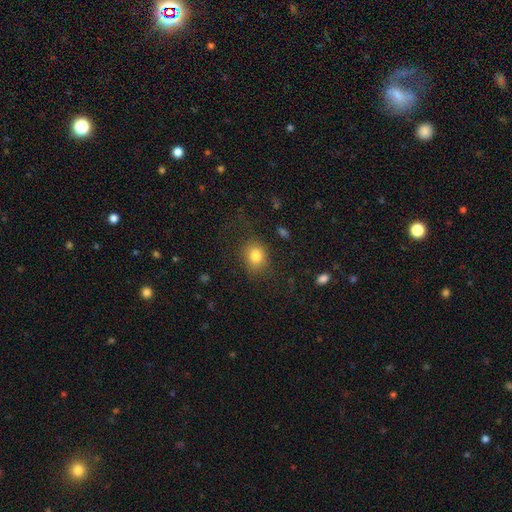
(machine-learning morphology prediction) smooth-or-featured: smooth: 82% | star or artifact: 10% | featured or disk: 8%
  how-rounded: round: 56% | in between: 43% | cigar-shaped: 1%
  merging: none: 75% | minor disturbance: 15% | major disturbance: 8% | merger: 2%